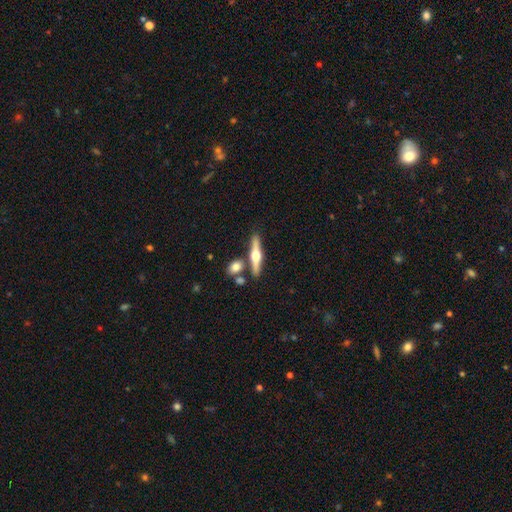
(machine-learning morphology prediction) Smooth or featured? Predicted: featured or disk (p=0.67). Edge-on disk? Predicted: yes (p=0.96). Edge-on bulge? Predicted: rounded (p=0.96). Merging? Predicted: none (p=0.76).